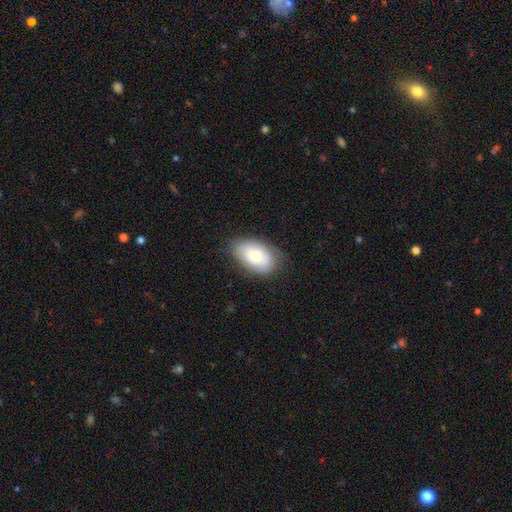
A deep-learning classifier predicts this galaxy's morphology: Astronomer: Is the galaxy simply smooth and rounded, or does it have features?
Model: smooth — 69%.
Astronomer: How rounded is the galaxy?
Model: in between — 92%.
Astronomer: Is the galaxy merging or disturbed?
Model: none — 75%.